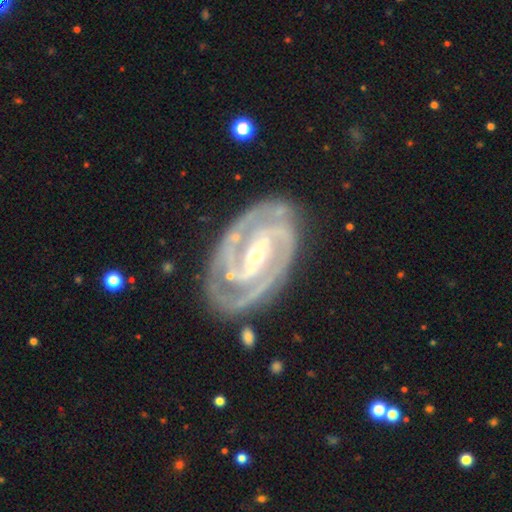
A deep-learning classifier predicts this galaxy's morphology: This appears to be a featured or disk galaxy (92%) with a strong bar (52%), 2 (73%) tight (63%) spiral arms (98%) and a small central bulge (66%). Merging: none (80%).